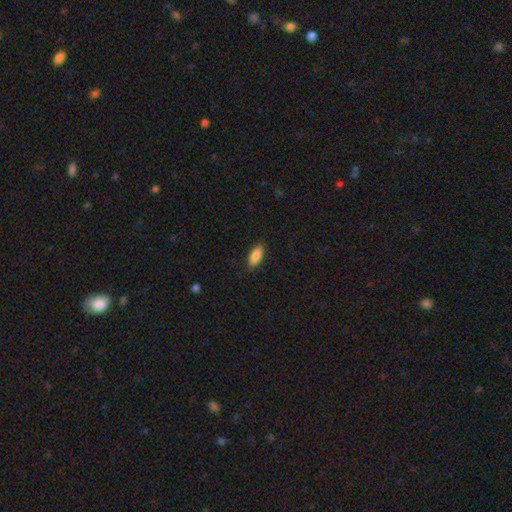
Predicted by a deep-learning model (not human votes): Smooth or featured? smooth (86%)
How rounded? in between (81%)
Merging? none (86%)